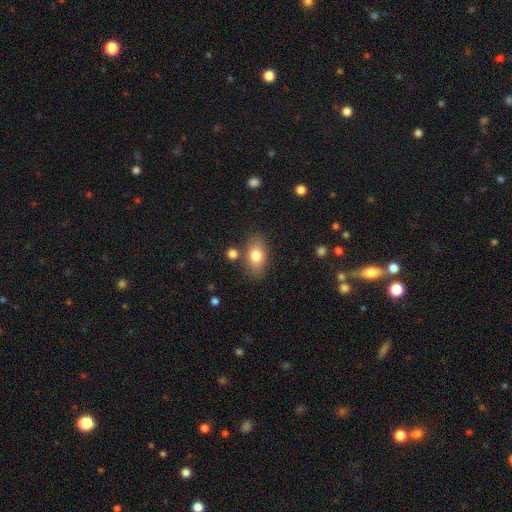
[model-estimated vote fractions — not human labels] smooth 78%, featured or disk 14%, star or artifact 8%. Down the decision tree: how rounded — in between (86%); merging — none (76%).